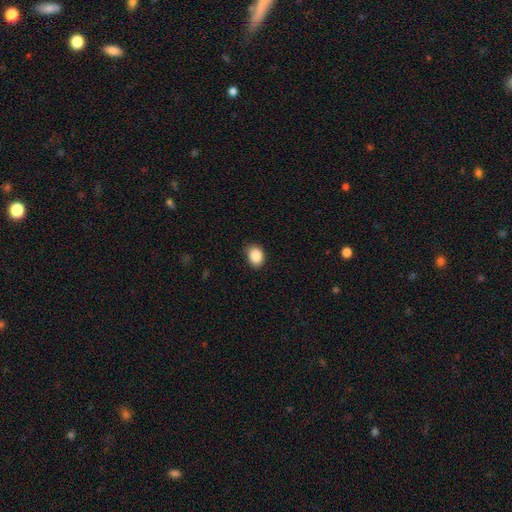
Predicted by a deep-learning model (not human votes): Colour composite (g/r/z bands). It shows a smooth galaxy with no disk features (89%) that is in between round and cigar-shaped (62%). Merging: none (83%).